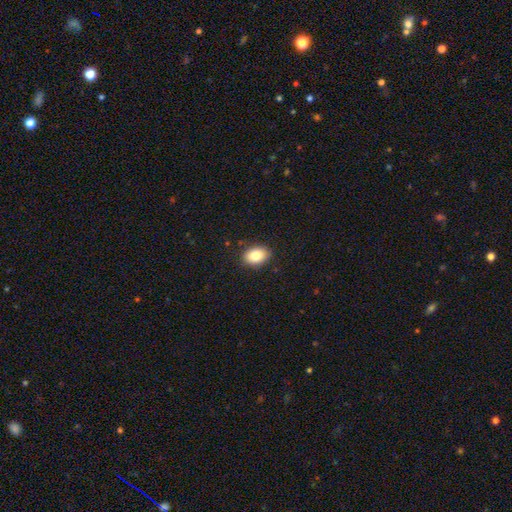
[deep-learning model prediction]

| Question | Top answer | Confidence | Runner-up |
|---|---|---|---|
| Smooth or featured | smooth | 84% | star or artifact (8%) |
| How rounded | in between | 79% | round (20%) |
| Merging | none | 88% | minor disturbance (9%) |